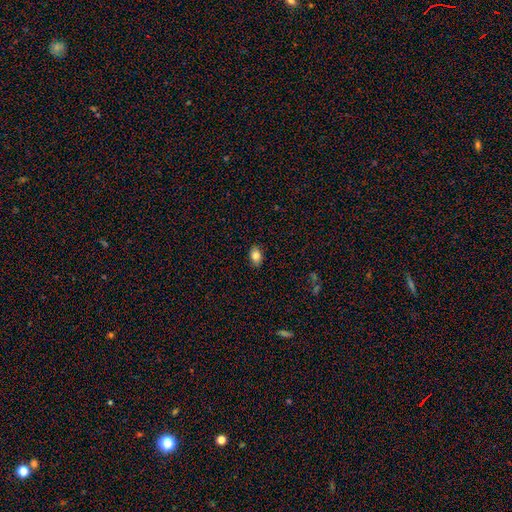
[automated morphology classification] Smooth or featured?
  - smooth: 83% *
  - star or artifact: 9%
  - featured or disk: 8%
How rounded?
  - in between: 82% *
  - round: 16%
  - cigar-shaped: 1%
Merging?
  - none: 87% *
  - minor disturbance: 10%
  - major disturbance: 2%
  - merger: 1%